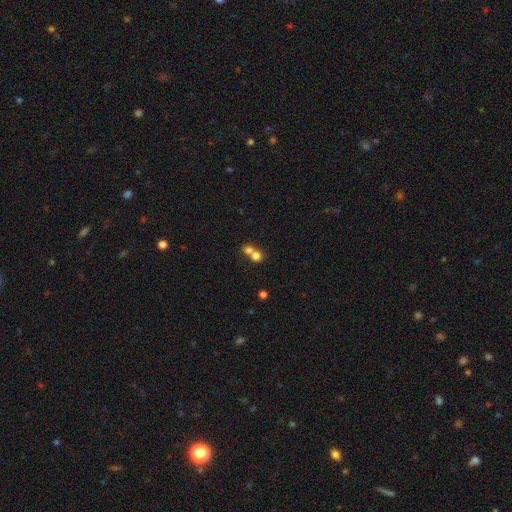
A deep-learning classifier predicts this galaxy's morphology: Q: Smooth or featured?
A: smooth (76%); runner-up: featured or disk (12%)
Q: How rounded?
A: round (78%); runner-up: in between (21%)
Q: Merging?
A: merger (63%); runner-up: none (30%)